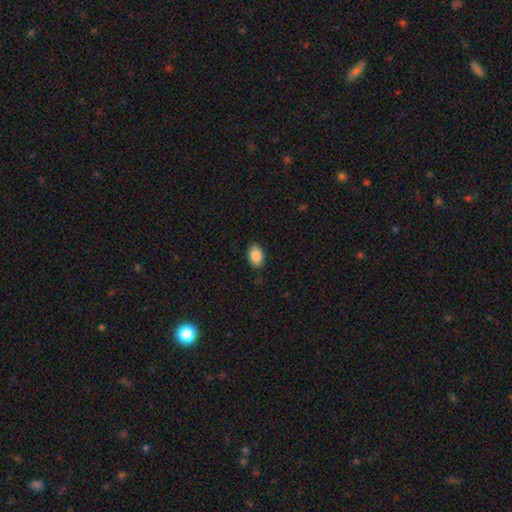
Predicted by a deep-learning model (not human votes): Smooth or featured? smooth (87%)
How rounded? in between (86%)
Merging? none (86%)